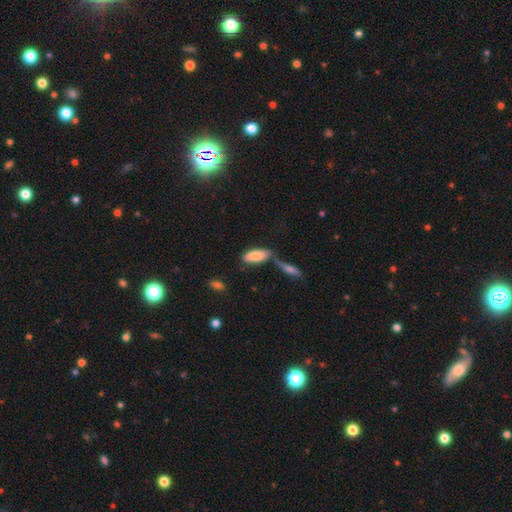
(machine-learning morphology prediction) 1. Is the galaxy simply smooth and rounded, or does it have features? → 80% smooth, 13% featured or disk, 7% star or artifact.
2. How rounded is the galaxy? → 81% in between, 18% cigar-shaped, 2% round.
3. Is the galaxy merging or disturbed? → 47% none, 31% merger, 16% minor disturbance, 6% major disturbance.